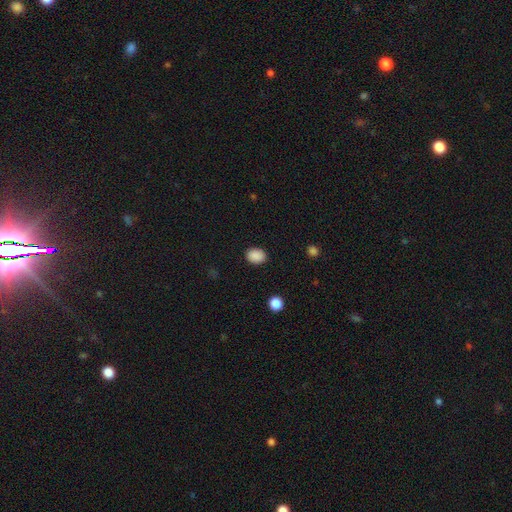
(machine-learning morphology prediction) Smooth or featured? Predicted: smooth (p=0.89). How rounded? Predicted: in between (p=0.59). Merging? Predicted: none (p=0.89).